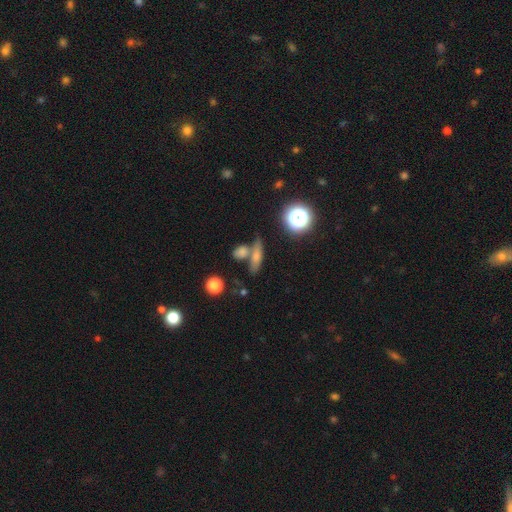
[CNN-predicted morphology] Smooth or featured? Predicted: smooth (p=0.62). How rounded? Predicted: cigar-shaped (p=0.50). Merging? Predicted: none (p=0.57).